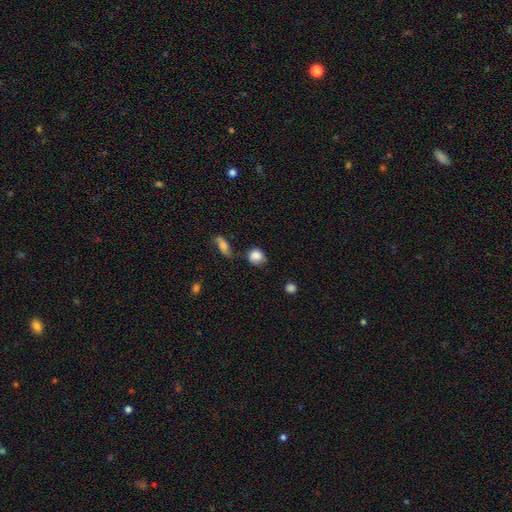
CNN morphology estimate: Overall: smooth (85%). How rounded: round (73%). Merging: none (63%; minor disturbance 23%).